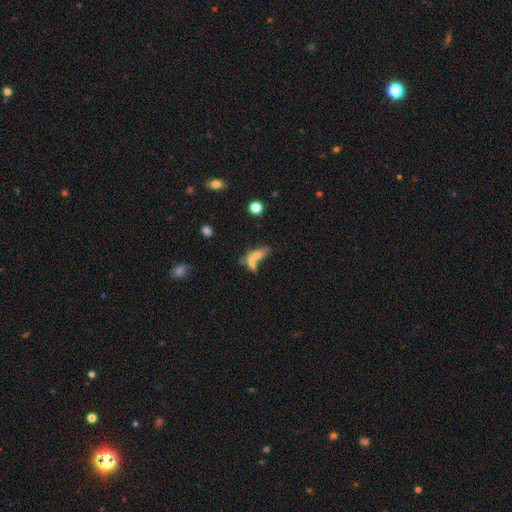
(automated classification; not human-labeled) Smooth or featured?
  - smooth: 60% *
  - featured or disk: 29%
  - star or artifact: 11%
How rounded?
  - in between: 65% *
  - cigar-shaped: 26%
  - round: 9%
Merging?
  - merger: 57% *
  - none: 26%
  - minor disturbance: 10%
  - major disturbance: 8%